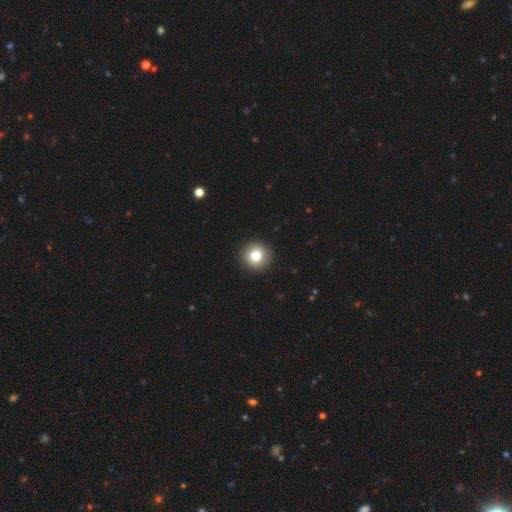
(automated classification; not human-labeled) A smooth galaxy with no disk features (80%) that is round (94%). Merging: none (93%).